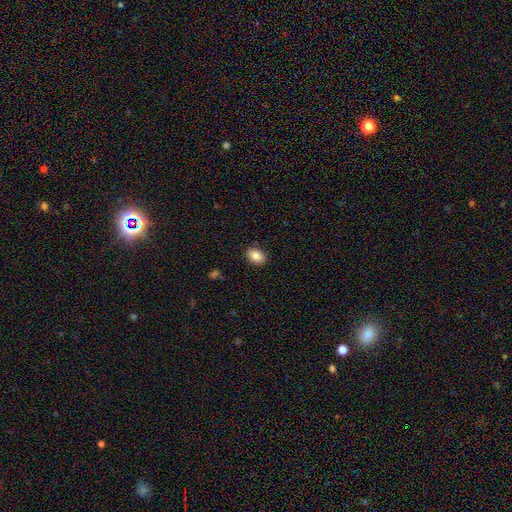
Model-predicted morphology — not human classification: The model was most divided on "how rounded": in between: 76%, round: 23%, cigar-shaped: 1%. More confident: merging — none (89%); smooth or featured — smooth (86%).